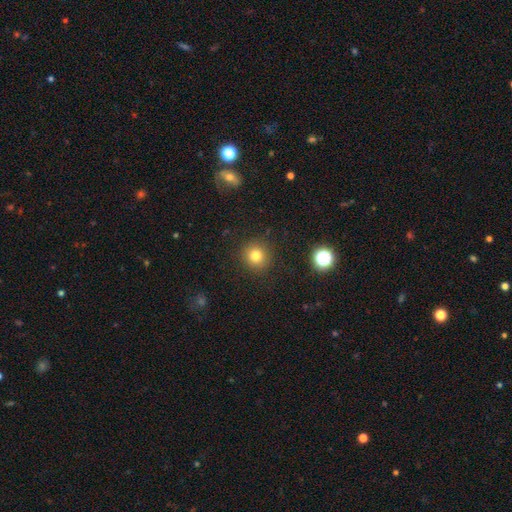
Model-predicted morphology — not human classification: This appears to be a smooth galaxy with no disk features (79%) that is round (93%). Merging: none (90%).